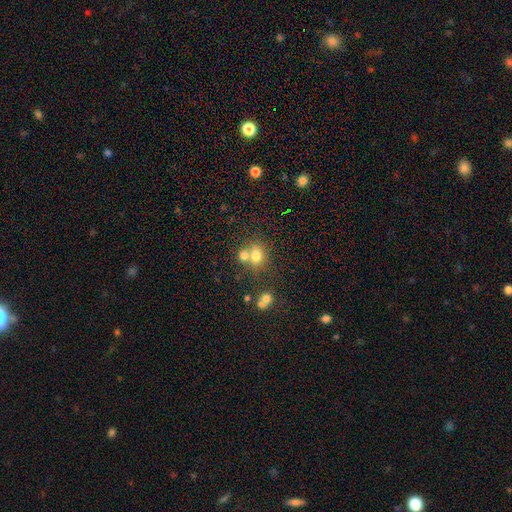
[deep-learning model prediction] A smooth galaxy with no disk features (72%) that is round (62%). Merging: none (45%).